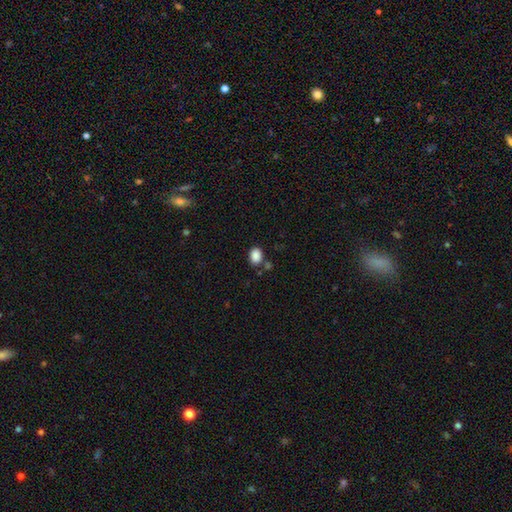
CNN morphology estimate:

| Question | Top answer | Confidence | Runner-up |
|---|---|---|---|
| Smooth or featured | smooth | 87% | star or artifact (9%) |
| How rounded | in between | 63% | round (36%) |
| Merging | none | 72% | minor disturbance (13%) |